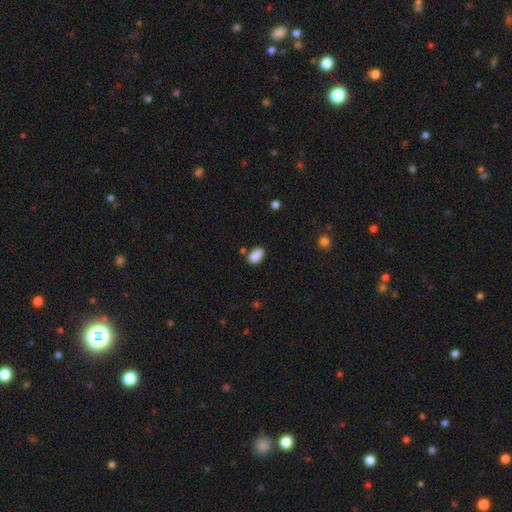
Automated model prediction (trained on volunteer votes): smooth 87%, star or artifact 9%, featured or disk 4%. Down the decision tree: how rounded — in between (89%); merging — none (69%).